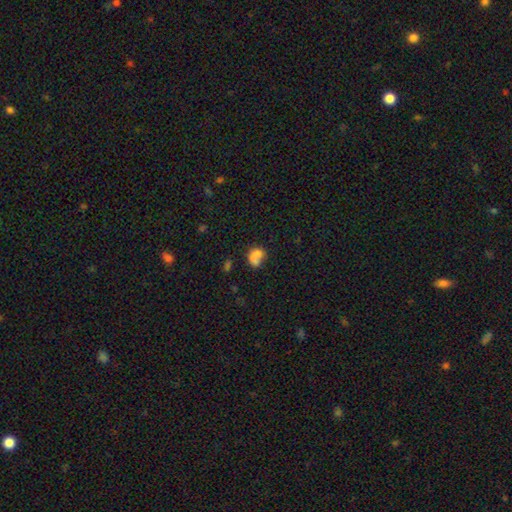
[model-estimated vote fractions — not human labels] Smooth or featured? smooth (67%)
How rounded? round (49%, tied with in between)
Merging? merger (52%)